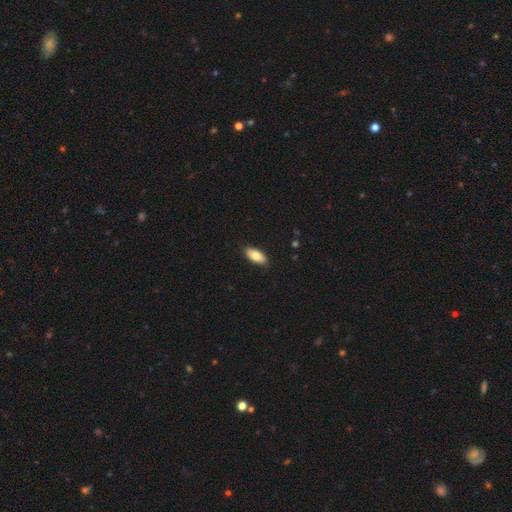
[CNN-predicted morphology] A smooth galaxy with no disk features (82%) that is in between round and cigar-shaped (89%). Merging: none (86%).